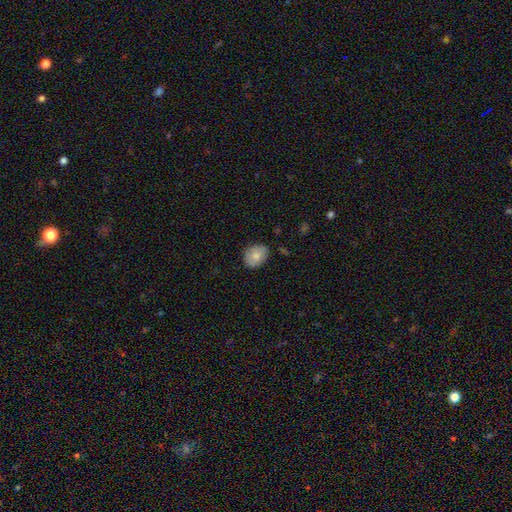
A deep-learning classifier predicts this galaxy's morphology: The model was most divided on "how rounded": in between: 61%, round: 38%, cigar-shaped: 1%. More confident: smooth or featured — smooth (78%); merging — none (77%).